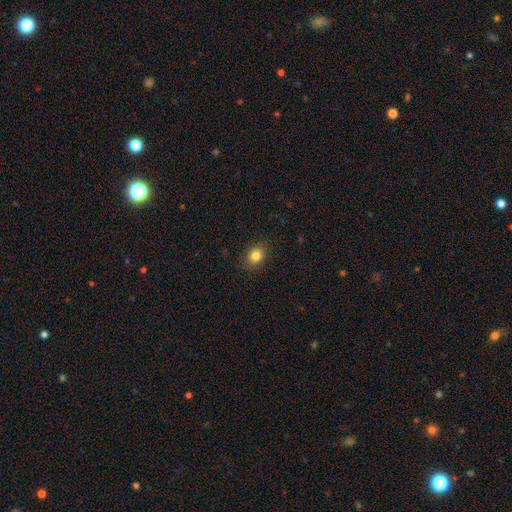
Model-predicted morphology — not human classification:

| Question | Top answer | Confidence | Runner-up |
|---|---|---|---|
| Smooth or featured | smooth | 83% | star or artifact (11%) |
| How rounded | in between | 50% | round (48%) |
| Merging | none | 87% | minor disturbance (10%) |